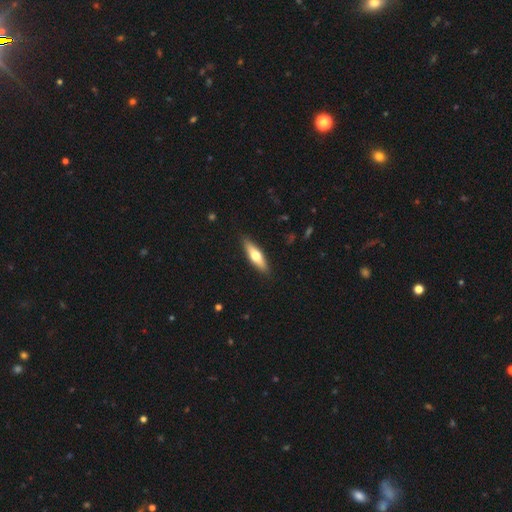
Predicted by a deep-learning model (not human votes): This appears to be a smooth galaxy with no disk features (54%) that is cigar-shaped (63%). Merging: none (89%).